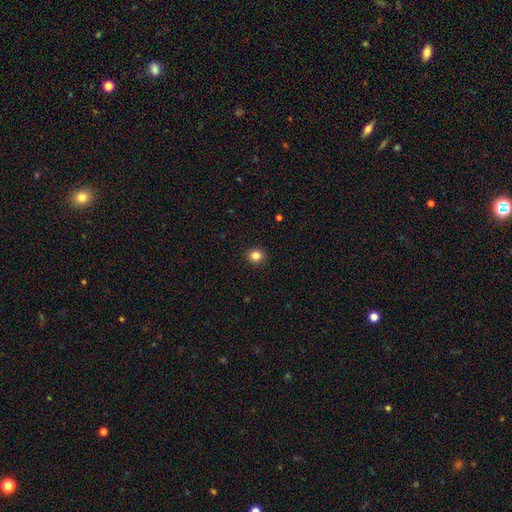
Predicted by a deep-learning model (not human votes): This is clearly a smooth galaxy (84%). How rounded: clearly round (88%). Merging: clearly none (93%).